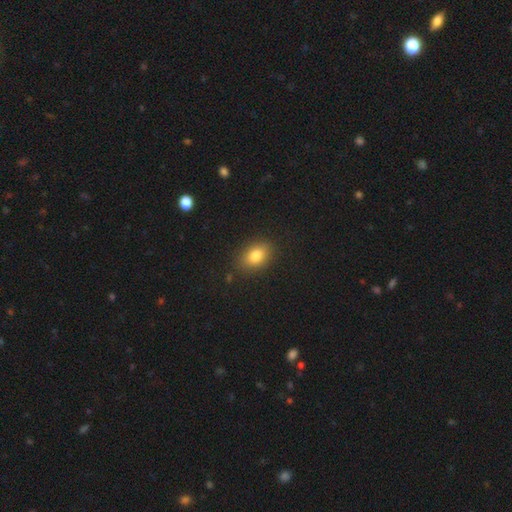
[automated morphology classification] smooth 82%, star or artifact 10%, featured or disk 8%. Down the decision tree: how rounded — in between (79%); merging — none (85%).